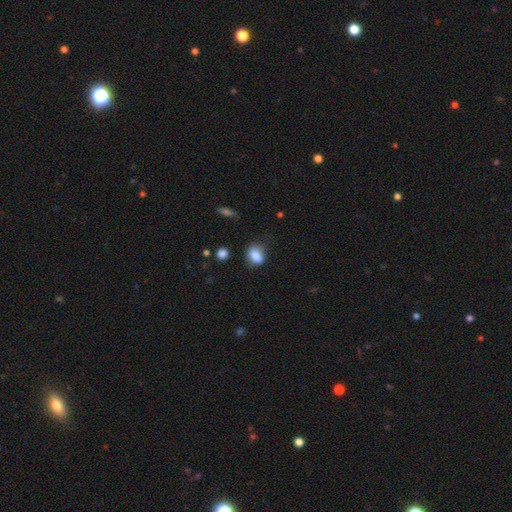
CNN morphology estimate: type=smooth (84%); roundness=in between (67%); merging=none (65%).